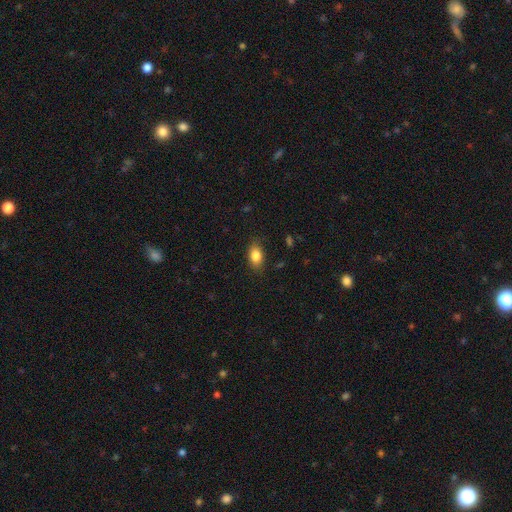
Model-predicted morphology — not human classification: Smooth or featured: smooth — 84% (star or artifact — 8%)
How rounded: in between — 84% (round — 13%)
Merging: none — 83% (minor disturbance — 13%)